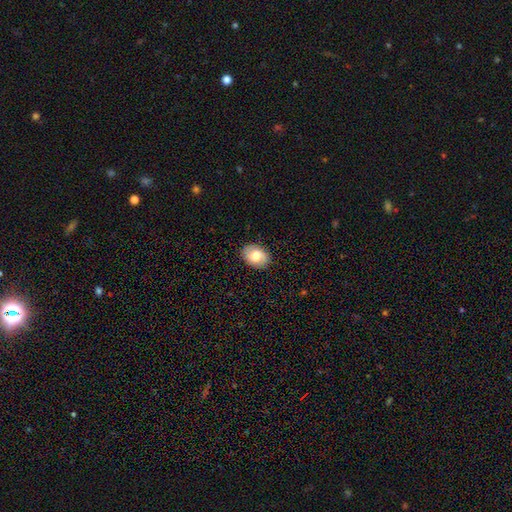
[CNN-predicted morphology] Smooth or featured: smooth — 66% (featured or disk — 27%)
How rounded: in between — 76% (round — 23%)
Merging: none — 87% (minor disturbance — 10%)